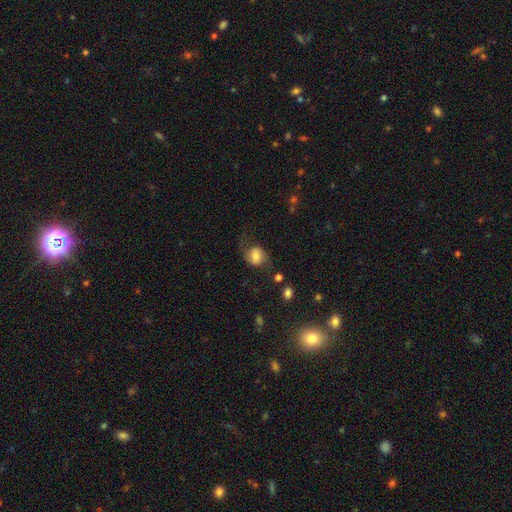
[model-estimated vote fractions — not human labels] Smooth or featured?
  - smooth: 58% *
  - featured or disk: 33%
  - star or artifact: 9%
How rounded?
  - round: 56% *
  - in between: 43%
  - cigar-shaped: 1%
Merging?
  - none: 57% *
  - minor disturbance: 23%
  - major disturbance: 18%
  - merger: 3%